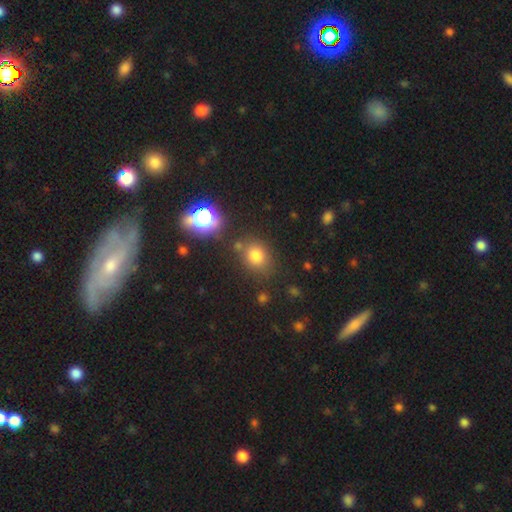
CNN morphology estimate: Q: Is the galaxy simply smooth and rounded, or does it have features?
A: smooth — 76%.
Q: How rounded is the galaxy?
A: round — 62%.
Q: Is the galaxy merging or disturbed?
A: none — 74%.